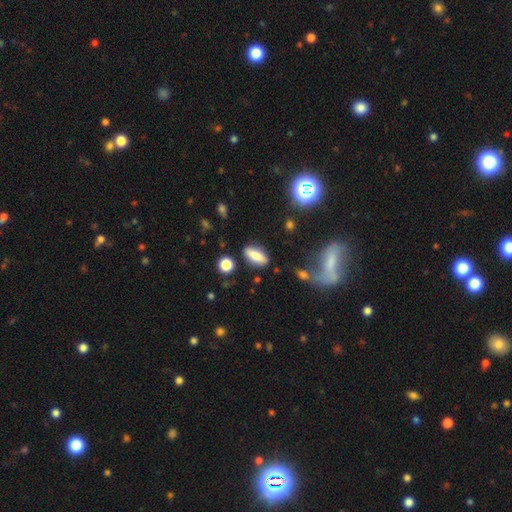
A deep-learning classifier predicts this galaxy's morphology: Smooth or featured? smooth (78%)
How rounded? in between (71%)
Merging? none (81%)